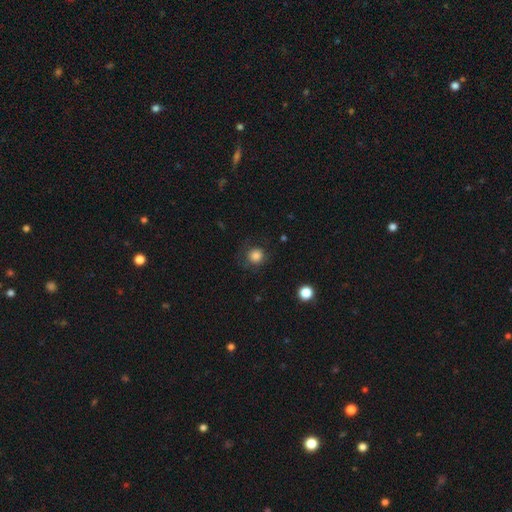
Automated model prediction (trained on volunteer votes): smooth_or_featured: smooth (p=0.83) [alt: star or artifact p=0.11]
how_rounded: round (p=0.91) [alt: in between p=0.08]
merging: none (p=0.75) [alt: minor disturbance p=0.15]